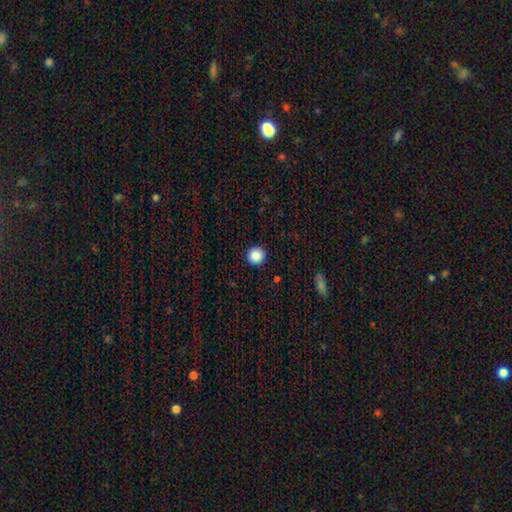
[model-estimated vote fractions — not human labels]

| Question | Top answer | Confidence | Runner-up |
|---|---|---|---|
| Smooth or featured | smooth | 88% | star or artifact (9%) |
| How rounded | round | 91% | in between (8%) |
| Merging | none | 92% | minor disturbance (5%) |